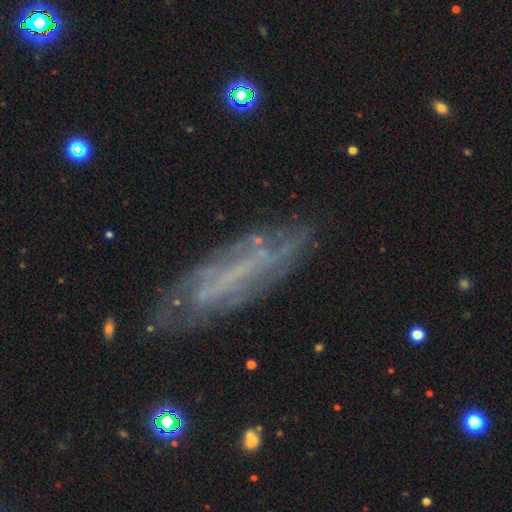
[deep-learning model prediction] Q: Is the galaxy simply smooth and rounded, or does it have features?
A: featured or disk — 69%.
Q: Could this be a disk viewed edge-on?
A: no — 71%.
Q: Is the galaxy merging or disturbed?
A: none — 67%.